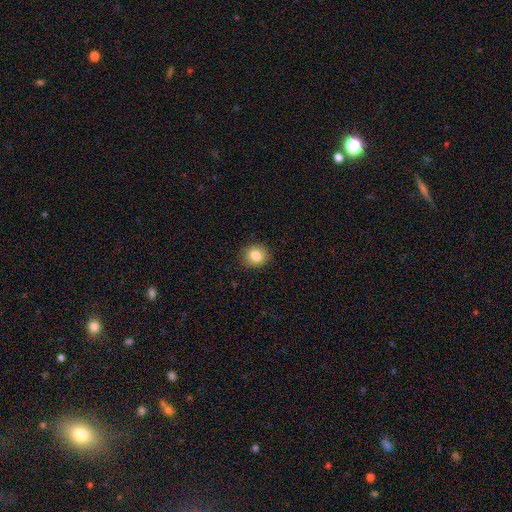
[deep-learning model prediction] The model was most divided on "how rounded": round: 83%, in between: 16%, cigar-shaped: 1%. More confident: merging — none (90%); smooth or featured — smooth (83%).